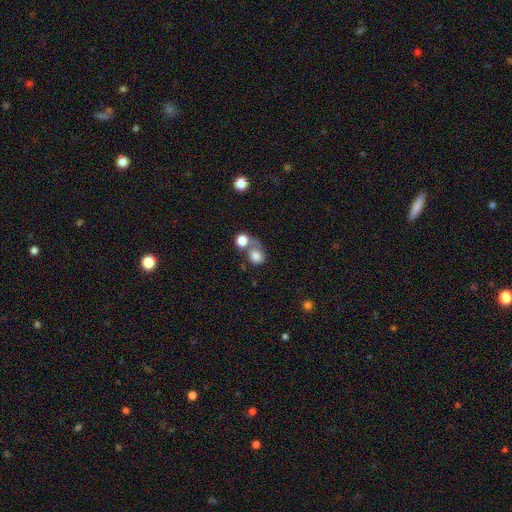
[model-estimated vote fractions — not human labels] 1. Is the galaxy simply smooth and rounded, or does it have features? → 80% smooth, 11% featured or disk, 10% star or artifact.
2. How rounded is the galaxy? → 73% round, 25% in between, 1% cigar-shaped.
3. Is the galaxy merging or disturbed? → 47% merger, 34% none, 10% minor disturbance, 9% major disturbance.